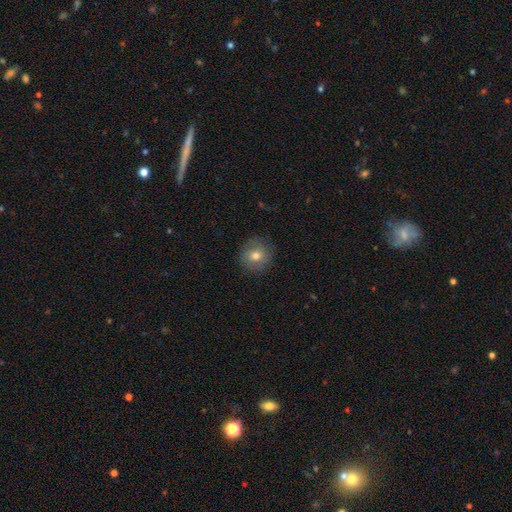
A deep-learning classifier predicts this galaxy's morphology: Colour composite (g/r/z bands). It shows a smooth galaxy with no disk features (68%) that is round (91%). Merging: none (85%).